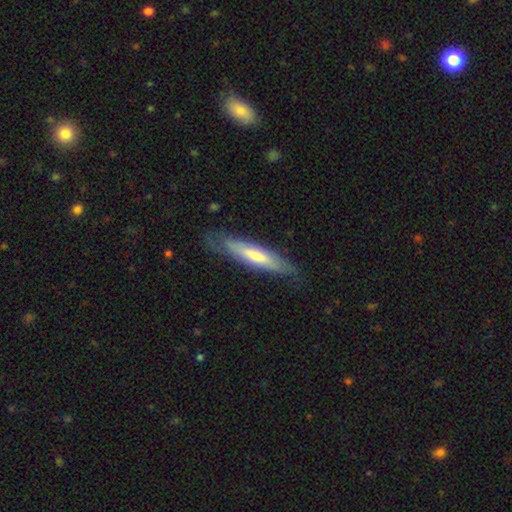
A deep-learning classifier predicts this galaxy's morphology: Smooth or featured? smooth (50%)
How rounded? cigar-shaped (78%)
Merging? none (75%)